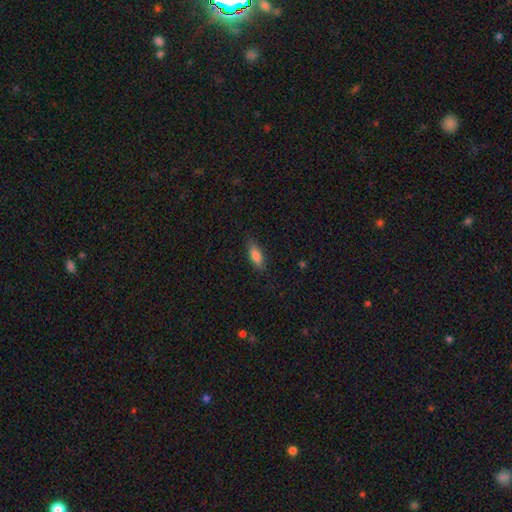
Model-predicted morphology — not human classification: This appears to be a smooth galaxy with no disk features (84%) that is in between round and cigar-shaped (70%). Merging: none (83%).